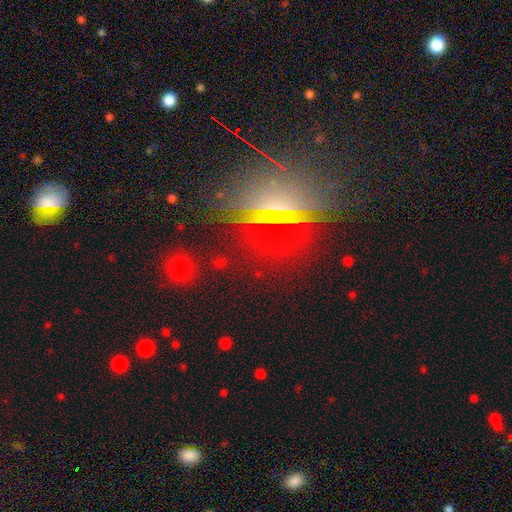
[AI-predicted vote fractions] Morphology: type=star or artifact (64%).